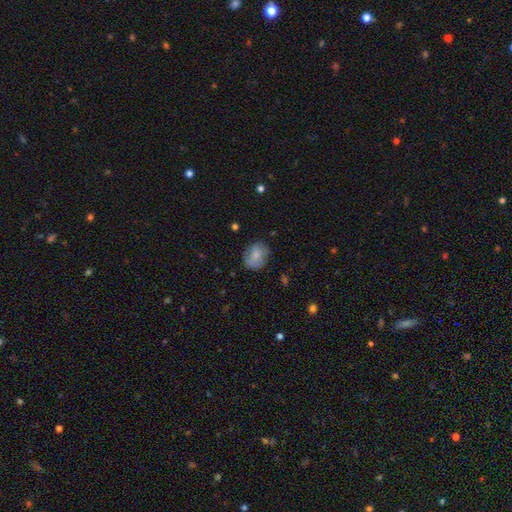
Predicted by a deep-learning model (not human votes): Smooth or featured? smooth (71%)
How rounded? in between (51%)
Merging? none (67%)